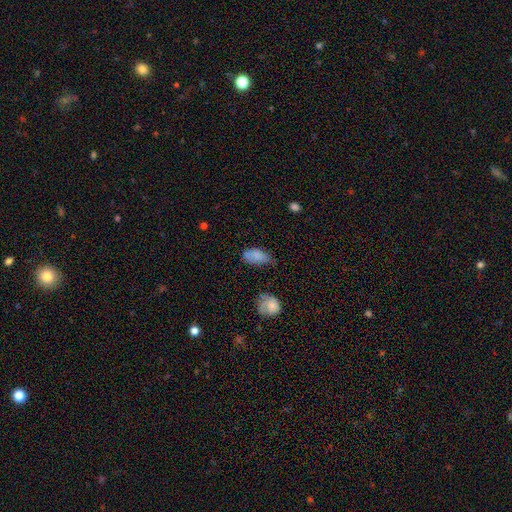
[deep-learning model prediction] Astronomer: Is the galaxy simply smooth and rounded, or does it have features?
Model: smooth — 78%.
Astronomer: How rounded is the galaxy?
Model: in between — 91%.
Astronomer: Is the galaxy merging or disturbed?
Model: none — 43% (runner-up: minor disturbance, 39%).